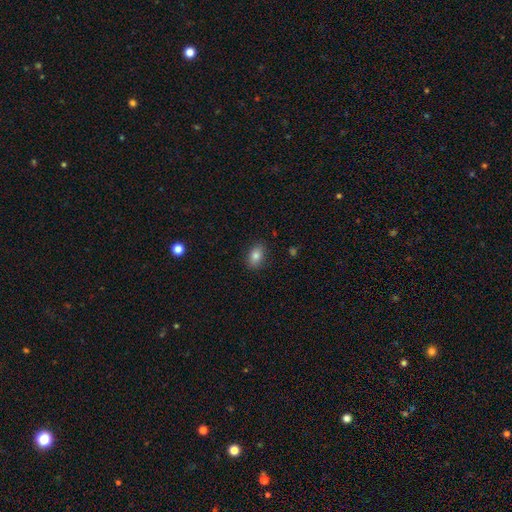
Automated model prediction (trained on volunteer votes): A smooth galaxy with no disk features (82%) that is in between round and cigar-shaped (82%). Merging: none (86%).